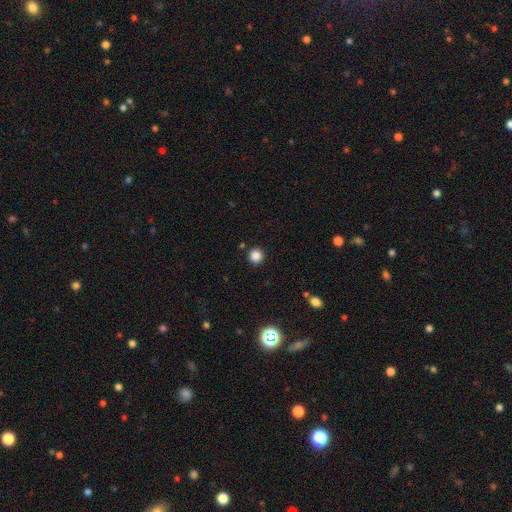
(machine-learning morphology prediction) A smooth galaxy with no disk features (86%) that is round (94%).

Vote fractions:
- Smooth or featured? smooth: 86% / star or artifact: 11% / featured or disk: 3%
- How rounded? round: 94% / in between: 5% / cigar-shaped: 1%
- Merging? none: 91% / minor disturbance: 5% / major disturbance: 2% / merger: 2%